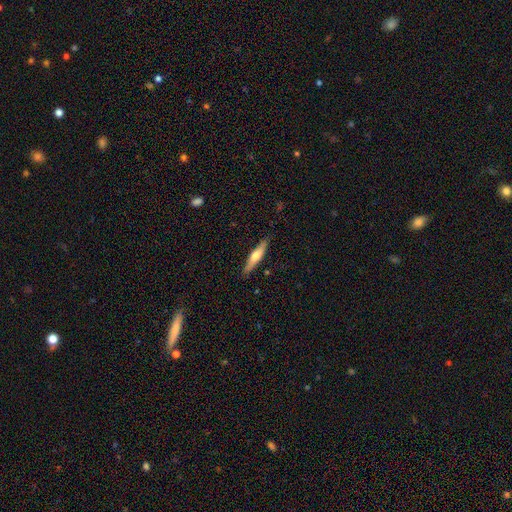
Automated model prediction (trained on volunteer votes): smooth 48%, featured or disk 47%, star or artifact 6%. Down the decision tree: merging — none (88%).